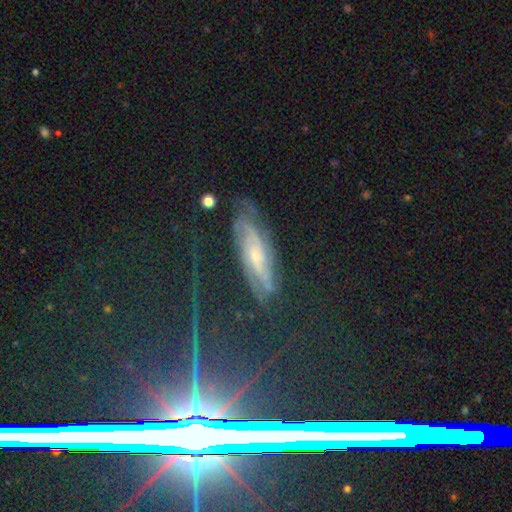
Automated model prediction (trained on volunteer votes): A featured or disk galaxy (66%) with no bar (55%), spiral arms (93%) and a small central bulge (67%).

Vote fractions:
- Smooth or featured? featured or disk: 66% / star or artifact: 19% / smooth: 15%
- Edge-on disk? no: 78% / yes: 22%
- Bar? no: 55% / weak: 33% / strong: 12%
- Spiral arms? yes: 93% / no: 7%
- Bulge size? small: 67% / moderate: 27% / none: 3% / large: 2% / dominant: 1%
- Merging? none: 75% / minor disturbance: 17% / major disturbance: 6% / merger: 2%